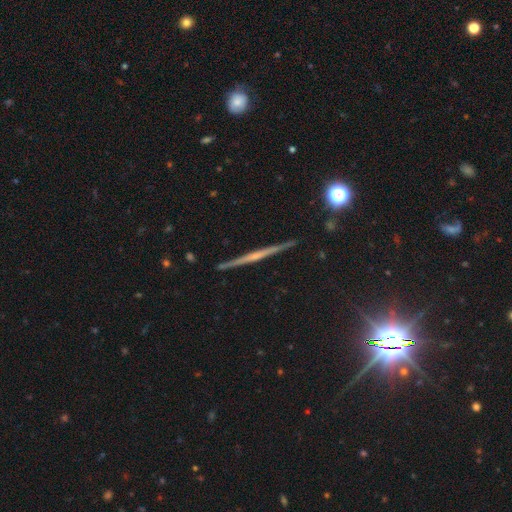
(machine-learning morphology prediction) smooth_or_featured: featured or disk (p=0.72) [alt: smooth p=0.17]
disk_edge_on: yes (p=0.98) [alt: no p=0.02]
edge_on_bulge: none (p=0.53) [alt: rounded p=0.37]
merging: none (p=0.92) [alt: minor disturbance p=0.06]